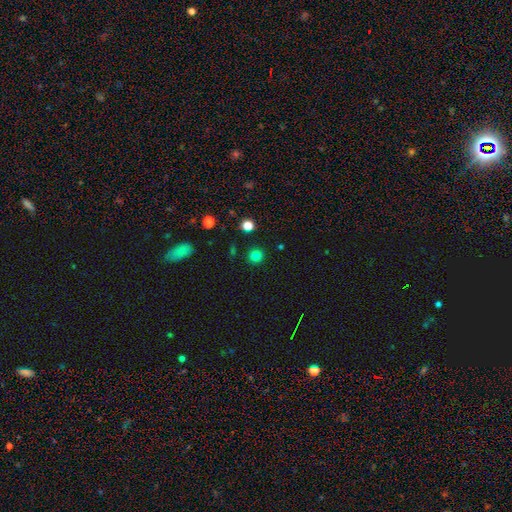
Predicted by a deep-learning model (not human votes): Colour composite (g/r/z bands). It shows a smooth galaxy with no disk features (80%) that is round (94%). Merging: none (90%).